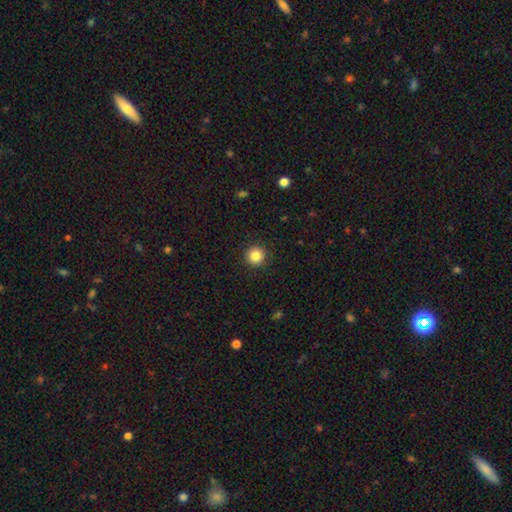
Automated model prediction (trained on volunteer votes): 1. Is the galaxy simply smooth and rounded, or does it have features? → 85% smooth, 10% star or artifact, 5% featured or disk.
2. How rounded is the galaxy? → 96% round, 3% in between, 1% cigar-shaped.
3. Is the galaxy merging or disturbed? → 93% none, 5% minor disturbance, 2% major disturbance, 1% merger.